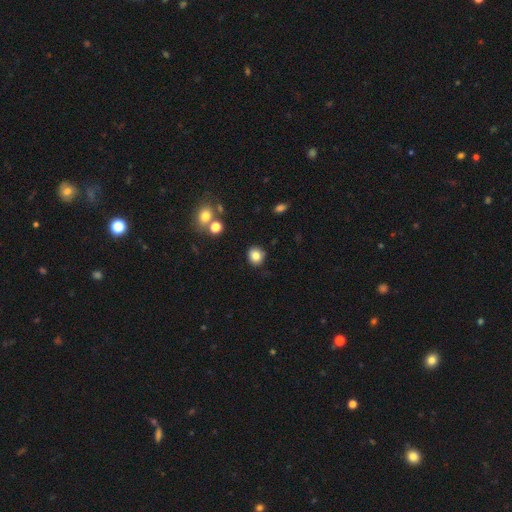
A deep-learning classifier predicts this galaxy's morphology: A smooth galaxy with no disk features (82%) that is round (84%). Merging: none (86%).